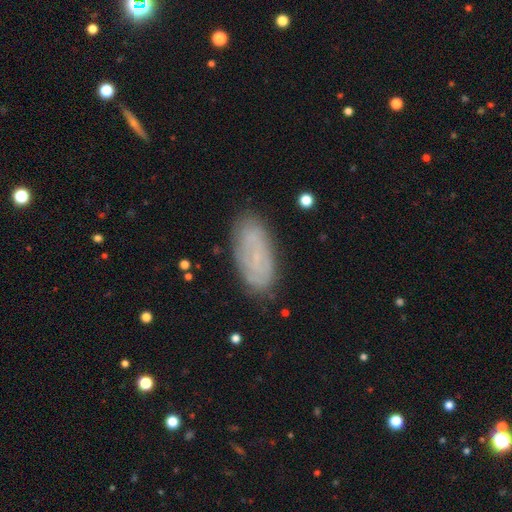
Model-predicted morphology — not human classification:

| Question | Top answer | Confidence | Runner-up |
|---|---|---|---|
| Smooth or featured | smooth | 58% | featured or disk (29%) |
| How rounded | in between | 86% | cigar-shaped (11%) |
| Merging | none | 83% | minor disturbance (12%) |